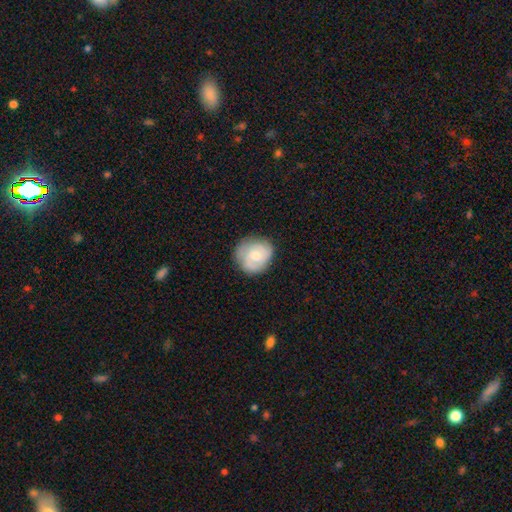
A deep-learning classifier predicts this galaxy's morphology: Smooth or featured: featured or disk — 49% (smooth — 44%)
Merging: none — 75% (minor disturbance — 19%)